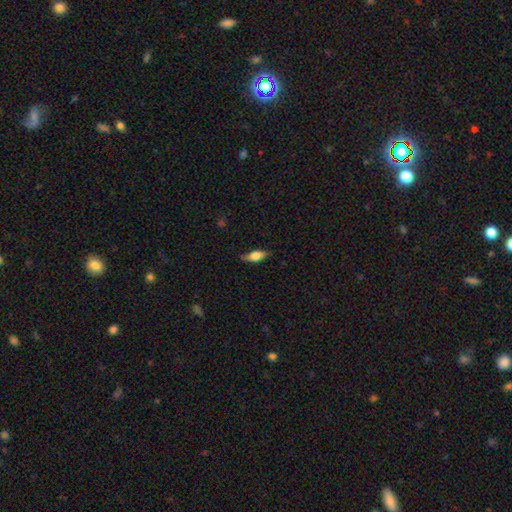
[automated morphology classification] smooth 68%, featured or disk 25%, star or artifact 7%. Down the decision tree: how rounded — in between (72%); merging — none (76%).